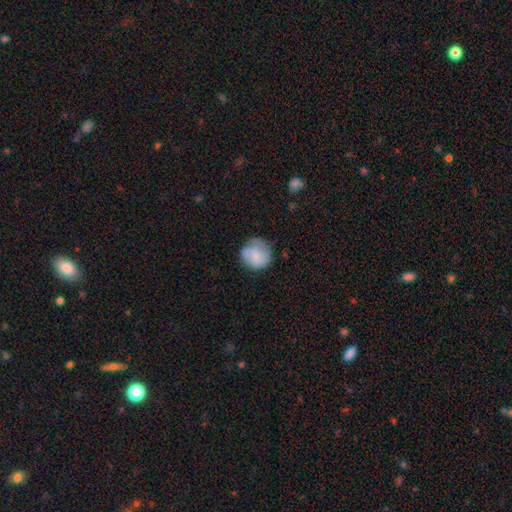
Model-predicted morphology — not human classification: Q: Smooth or featured?
A: smooth (77%); runner-up: featured or disk (16%)
Q: How rounded?
A: round (89%); runner-up: in between (10%)
Q: Merging?
A: none (67%); runner-up: minor disturbance (24%)